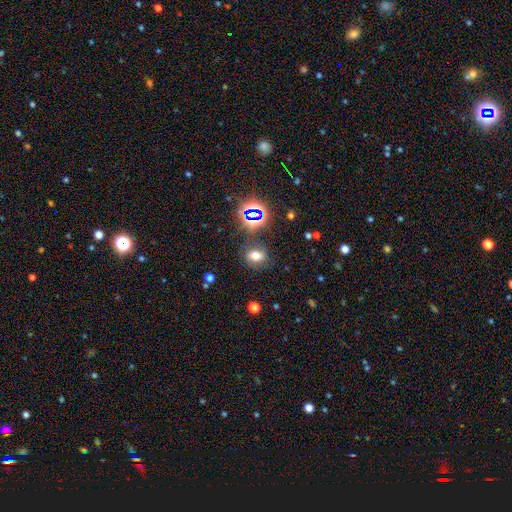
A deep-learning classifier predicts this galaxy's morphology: The model was most divided on "how rounded": in between: 58%, round: 41%, cigar-shaped: 2%. More confident: merging — none (78%); smooth or featured — smooth (59%).